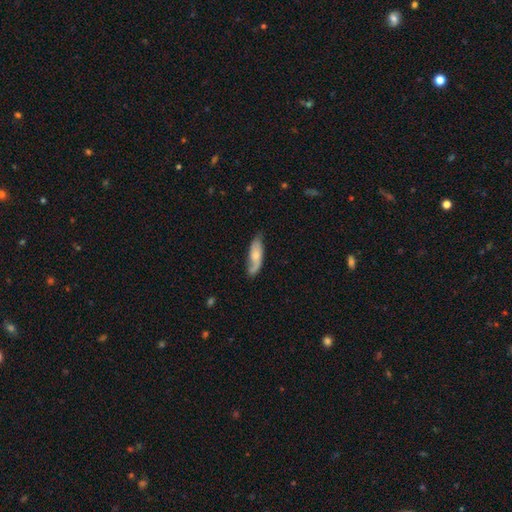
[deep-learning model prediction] Morphology: type=smooth (48%); merging=none (60%).